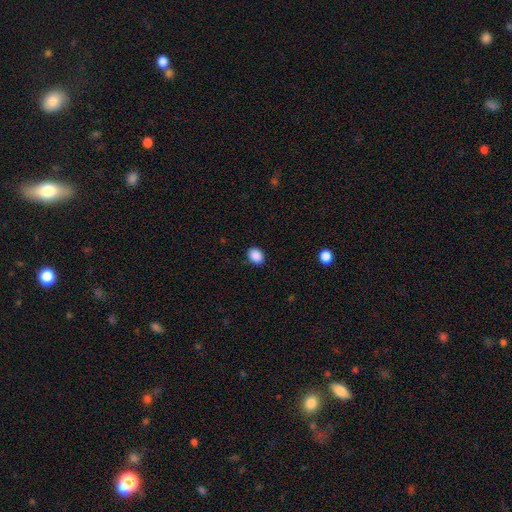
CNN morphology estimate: The model was most divided on "how rounded": in between: 64%, round: 36%, cigar-shaped: 1%. More confident: smooth or featured — smooth (90%); merging — none (89%).